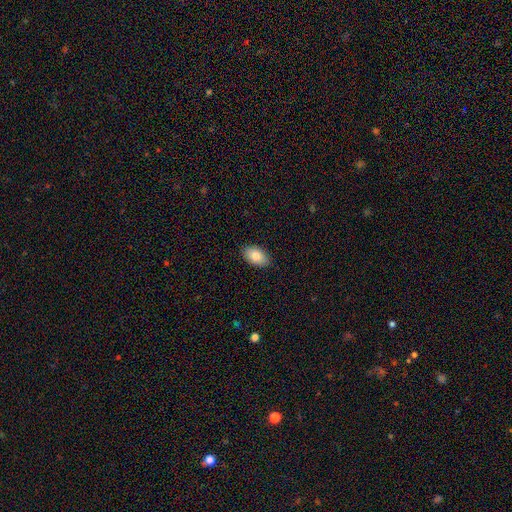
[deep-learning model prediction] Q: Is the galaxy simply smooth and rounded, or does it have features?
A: smooth — 85%.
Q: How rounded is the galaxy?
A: in between — 93%.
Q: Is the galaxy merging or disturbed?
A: none — 88%.